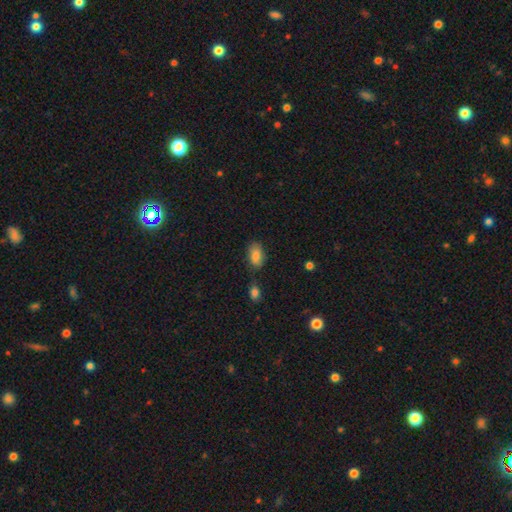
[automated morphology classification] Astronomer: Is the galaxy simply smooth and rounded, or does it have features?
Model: smooth — 84%.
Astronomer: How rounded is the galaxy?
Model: in between — 92%.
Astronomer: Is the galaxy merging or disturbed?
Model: none — 72%.